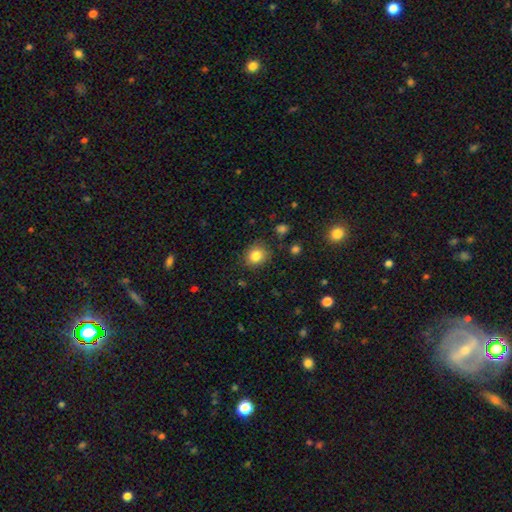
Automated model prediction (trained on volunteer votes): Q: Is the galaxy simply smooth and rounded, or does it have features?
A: smooth — 83%.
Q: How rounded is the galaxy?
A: round — 74%.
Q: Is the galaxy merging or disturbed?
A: none — 82%.